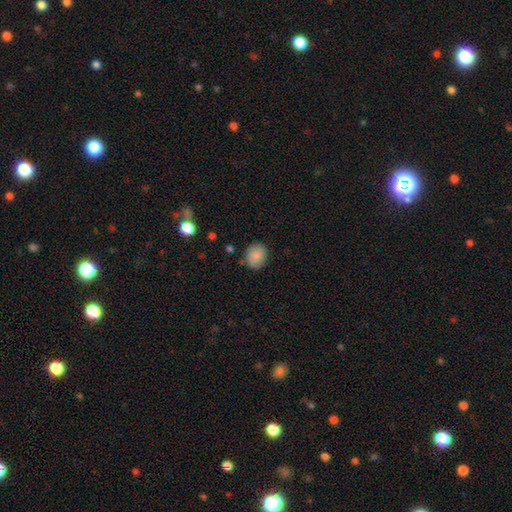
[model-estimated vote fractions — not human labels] Smooth or featured: smooth — 87% (star or artifact — 8%)
How rounded: round — 64% (in between — 36%)
Merging: none — 84% (minor disturbance — 11%)